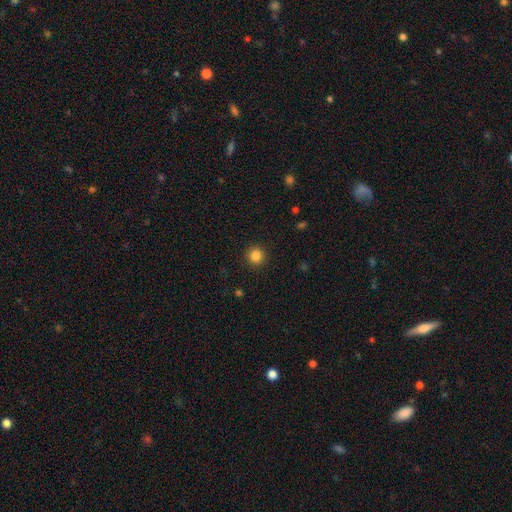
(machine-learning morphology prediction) Q: Smooth or featured?
A: smooth (84%); runner-up: star or artifact (11%)
Q: How rounded?
A: round (94%); runner-up: in between (5%)
Q: Merging?
A: none (93%); runner-up: minor disturbance (5%)